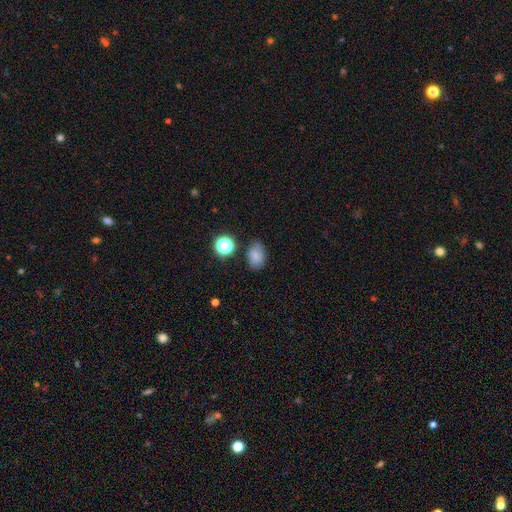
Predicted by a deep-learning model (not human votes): smooth_or_featured: smooth (p=0.78) [alt: star or artifact p=0.14]
how_rounded: in between (p=0.77) [alt: round p=0.22]
merging: none (p=0.73) [alt: minor disturbance p=0.19]